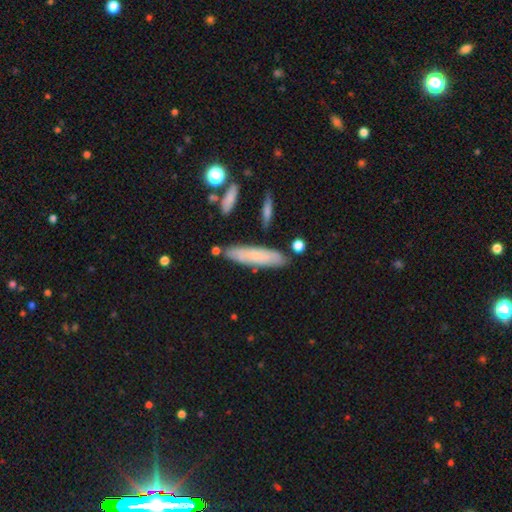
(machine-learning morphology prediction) This appears to be a smooth galaxy with no disk features (62%) that is cigar-shaped (72%). Merging: none (77%).